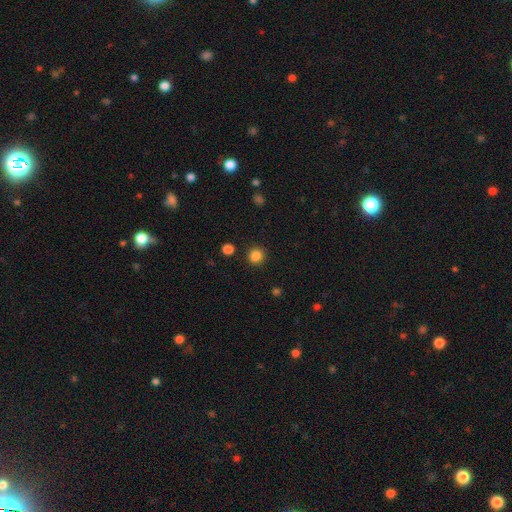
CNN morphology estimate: This appears to be a smooth galaxy with no disk features (85%) that is round (89%). Merging: none (88%).